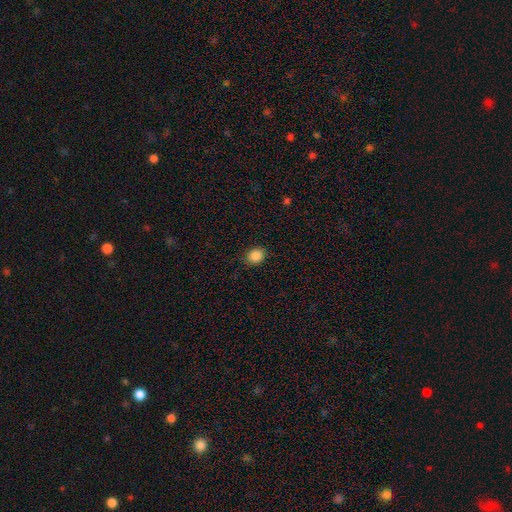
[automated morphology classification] Smooth or featured: smooth — 87% (star or artifact — 10%)
How rounded: round — 68% (in between — 31%)
Merging: none — 88% (minor disturbance — 9%)